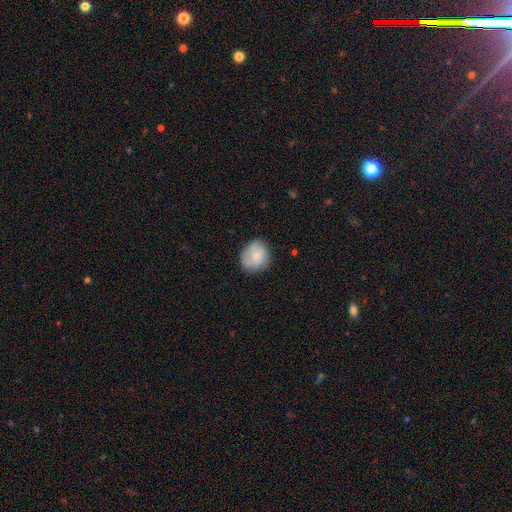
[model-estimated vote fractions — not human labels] smooth-or-featured: smooth: 68% | featured or disk: 25% | star or artifact: 8%
  how-rounded: round: 80% | in between: 19% | cigar-shaped: 1%
  merging: none: 75% | minor disturbance: 18% | major disturbance: 5% | merger: 2%